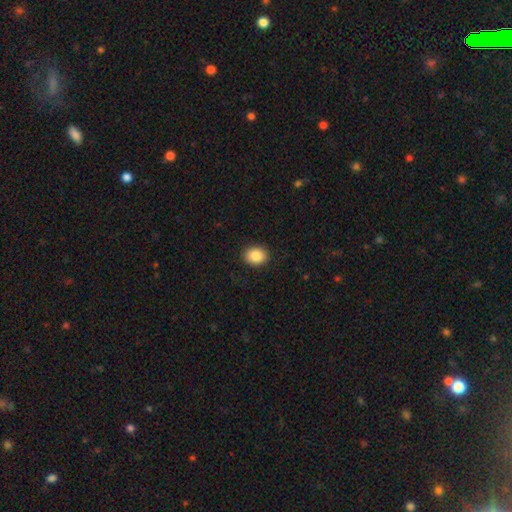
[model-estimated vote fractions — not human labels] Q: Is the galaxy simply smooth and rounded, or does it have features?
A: smooth — 87%.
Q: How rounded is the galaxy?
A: round — 52%.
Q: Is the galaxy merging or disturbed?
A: none — 90%.